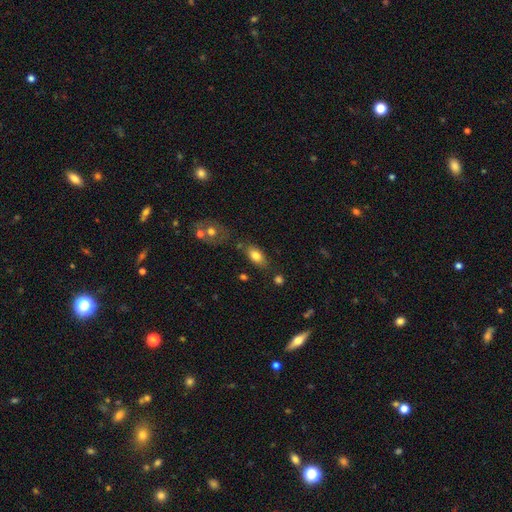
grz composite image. It shows a smooth galaxy with no disk features (79%) that is in between round and cigar-shaped (100%). Merging: none (67%).